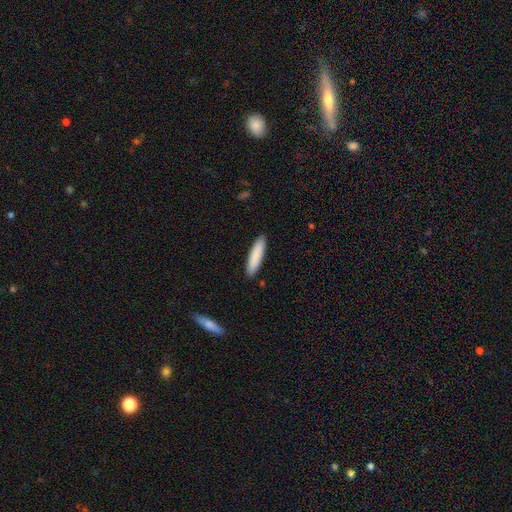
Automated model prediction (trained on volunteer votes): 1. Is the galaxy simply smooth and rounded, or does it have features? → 87% smooth, 8% featured or disk, 5% star or artifact.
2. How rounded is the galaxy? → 79% cigar-shaped, 20% in between, 1% round.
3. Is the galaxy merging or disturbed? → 90% none, 7% minor disturbance, 1% major disturbance, 1% merger.